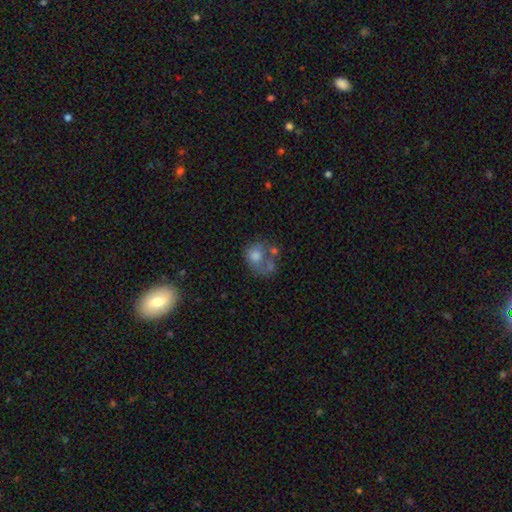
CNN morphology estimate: Q: Smooth or featured?
A: smooth (57%); runner-up: featured or disk (31%)
Q: How rounded?
A: round (59%); runner-up: in between (40%)
Q: Merging?
A: merger (33%); runner-up: none (27%)